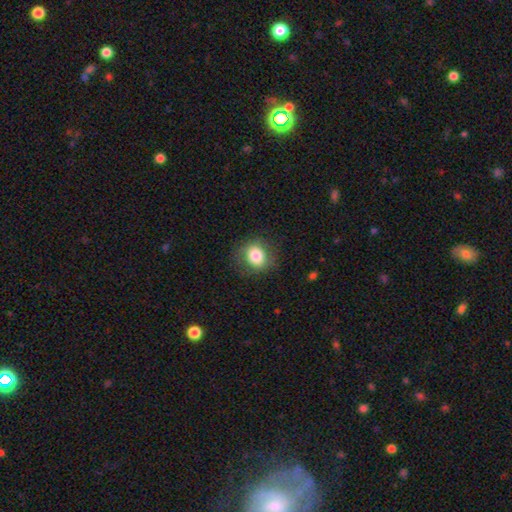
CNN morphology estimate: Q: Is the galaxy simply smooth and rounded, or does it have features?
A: smooth — 80%.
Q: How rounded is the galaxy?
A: round — 68%.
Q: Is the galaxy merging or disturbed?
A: none — 81%.